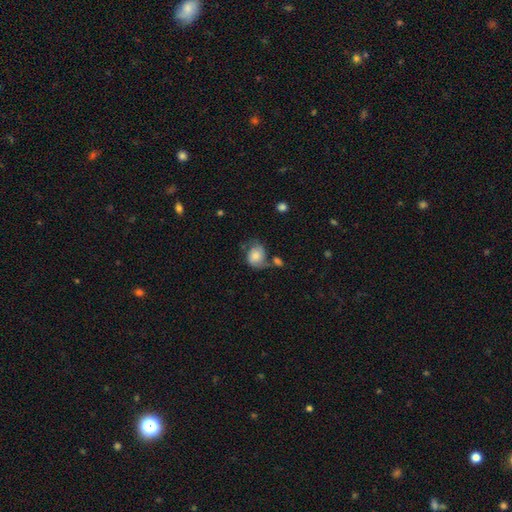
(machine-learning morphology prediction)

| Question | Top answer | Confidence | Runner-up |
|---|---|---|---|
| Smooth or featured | smooth | 55% | featured or disk (37%) |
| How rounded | round | 55% | in between (44%) |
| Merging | none | 44% | minor disturbance (27%) |